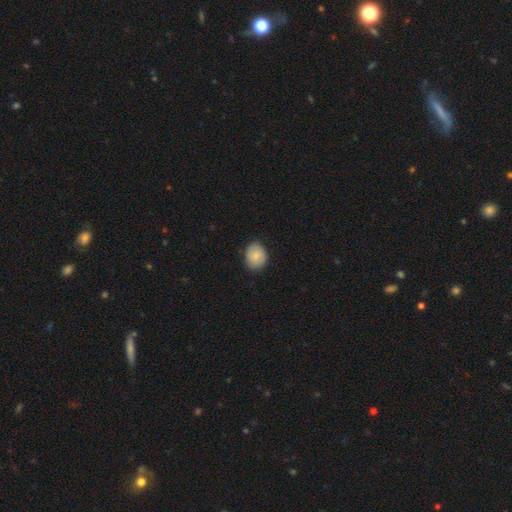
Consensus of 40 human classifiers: Smooth or featured? smooth (80%)
How rounded? round (59%)
Merging? none (82%)